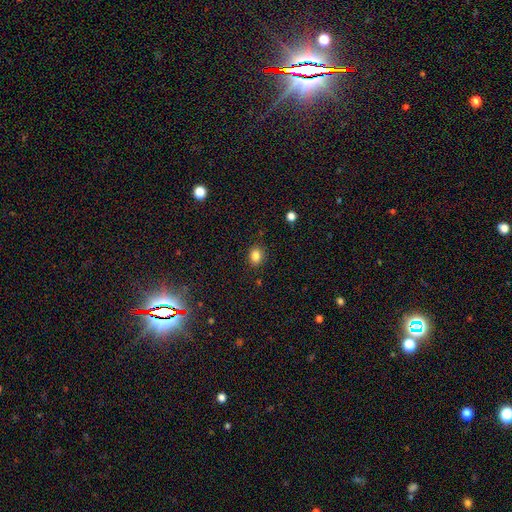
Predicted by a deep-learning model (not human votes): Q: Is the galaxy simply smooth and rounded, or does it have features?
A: smooth — 84%.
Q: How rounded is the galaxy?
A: round — 50%.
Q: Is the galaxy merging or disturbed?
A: none — 87%.